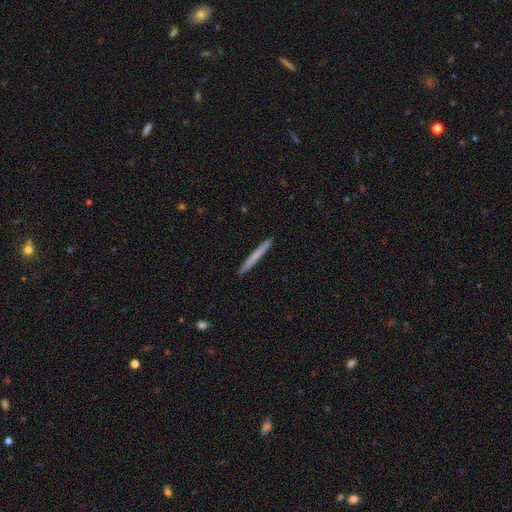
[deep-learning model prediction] The model was most divided on "smooth or featured": smooth: 64%, featured or disk: 31%, star or artifact: 5%. More confident: how rounded — cigar-shaped (97%); merging — none (93%).